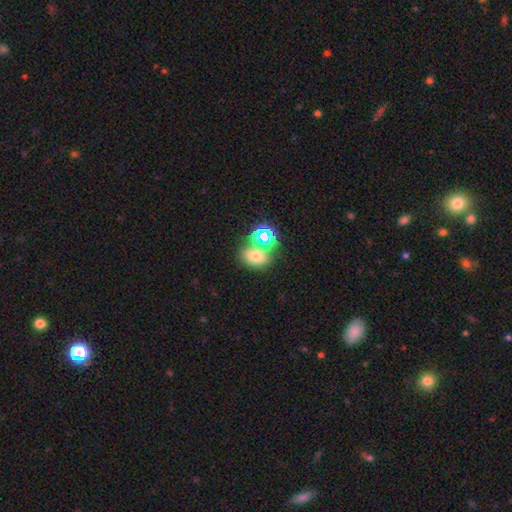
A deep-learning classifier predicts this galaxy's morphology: The model was most divided on "how rounded": in between: 64%, round: 35%, cigar-shaped: 1%. More confident: smooth or featured — smooth (64%); merging — none (58%).